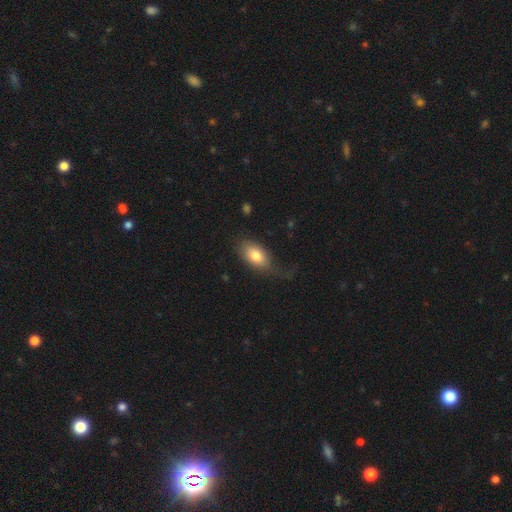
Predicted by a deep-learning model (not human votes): This is likely a smooth galaxy (77%). How rounded: clearly in between (91%). Merging: possibly none (51%).